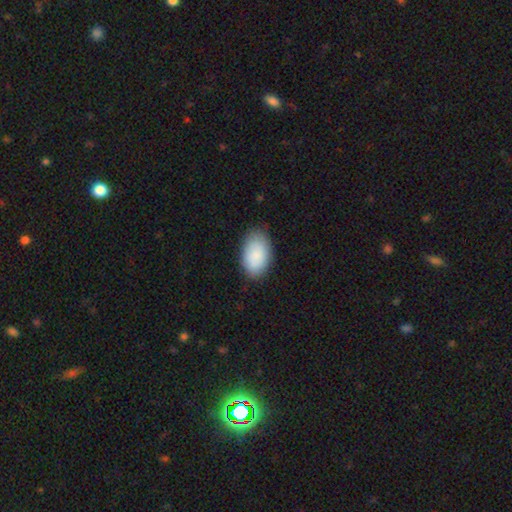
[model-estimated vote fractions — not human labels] A smooth galaxy with no disk features (87%) that is in between round and cigar-shaped (93%).

Vote fractions:
- Smooth or featured? smooth: 87% / featured or disk: 8% / star or artifact: 6%
- How rounded? in between: 93% / round: 6% / cigar-shaped: 1%
- Merging? none: 83% / minor disturbance: 13% / major disturbance: 3% / merger: 1%